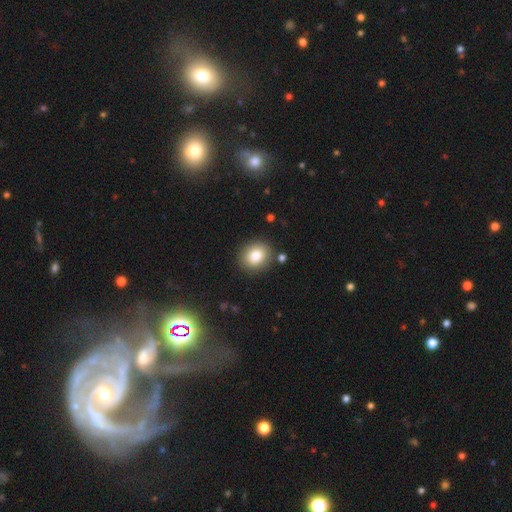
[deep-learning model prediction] Overall: smooth (81%). How rounded: round (69%; in between 30%). Merging: none (86%).